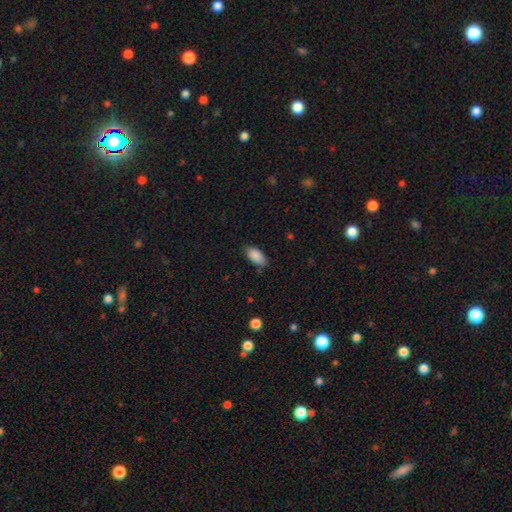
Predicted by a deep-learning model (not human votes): This is clearly a smooth galaxy (89%). How rounded: clearly in between (93%). Merging: clearly none (81%).